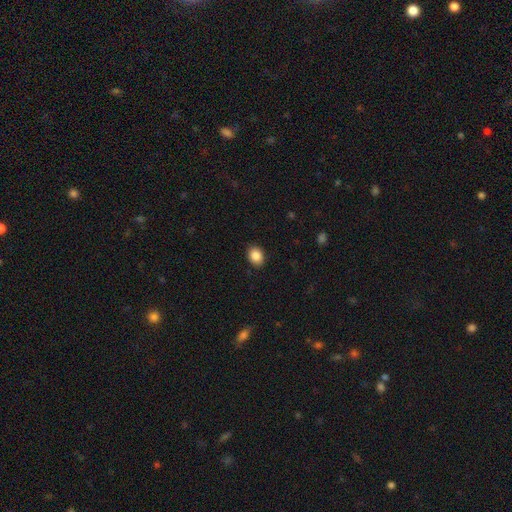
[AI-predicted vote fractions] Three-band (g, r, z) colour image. It shows a smooth galaxy with no disk features (88%) that is in between round and cigar-shaped (61%). Merging: none (89%).